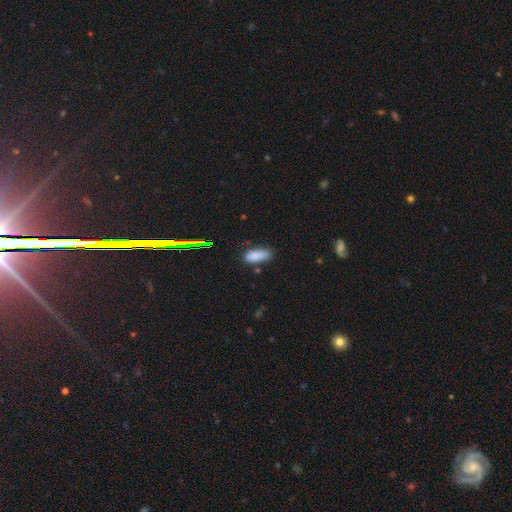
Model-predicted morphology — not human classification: A smooth galaxy with no disk features (84%) that is in between round and cigar-shaped (79%). Merging: none (68%).